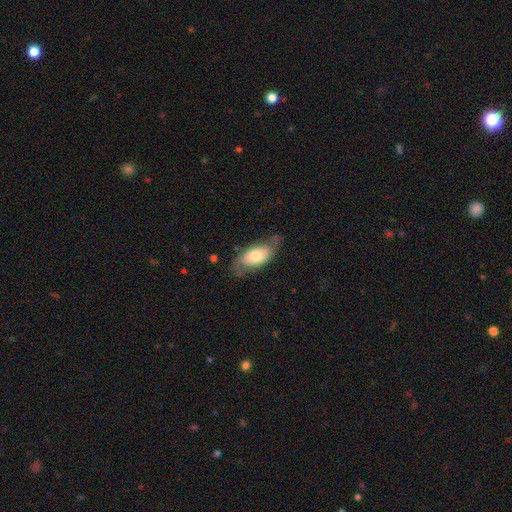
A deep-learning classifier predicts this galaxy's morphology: Smooth or featured: smooth — 55% (featured or disk — 39%)
How rounded: in between — 90% (cigar-shaped — 5%)
Merging: none — 61% (minor disturbance — 27%)